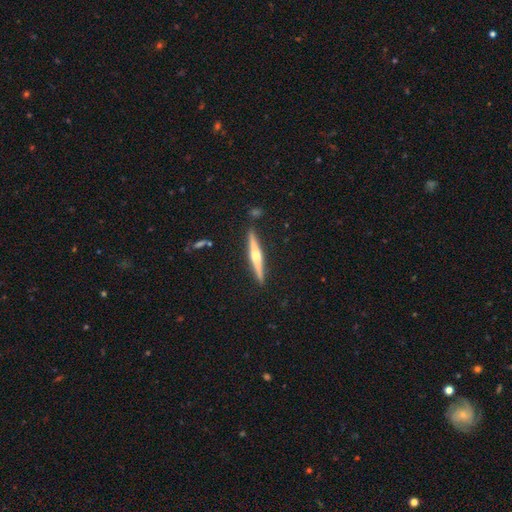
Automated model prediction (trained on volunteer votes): smooth_or_featured: featured or disk (p=0.71) [alt: smooth p=0.24]
disk_edge_on: yes (p=0.98) [alt: no p=0.02]
edge_on_bulge: rounded (p=0.83) [alt: boxy p=0.10]
merging: none (p=0.90) [alt: minor disturbance p=0.07]